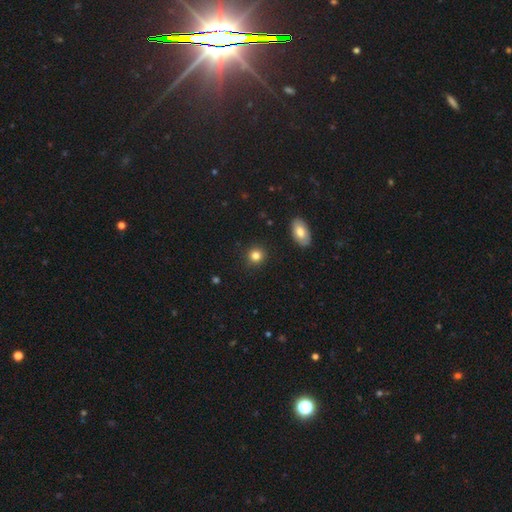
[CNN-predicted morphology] Smooth or featured? smooth (83%)
How rounded? round (88%)
Merging? none (91%)